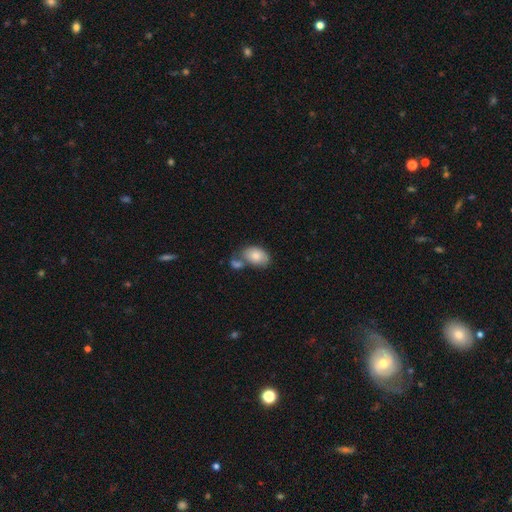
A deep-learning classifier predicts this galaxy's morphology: A smooth galaxy with no disk features (81%) that is in between round and cigar-shaped (89%). Merging: none (42%).